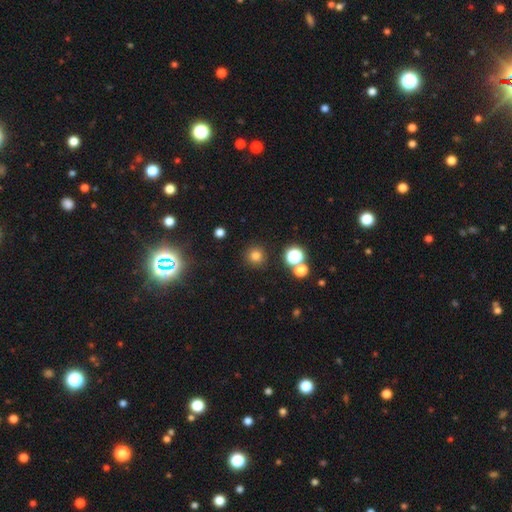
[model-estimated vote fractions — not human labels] Smooth or featured? Predicted: smooth (p=0.76). How rounded? Predicted: round (p=0.94). Merging? Predicted: none (p=0.88).